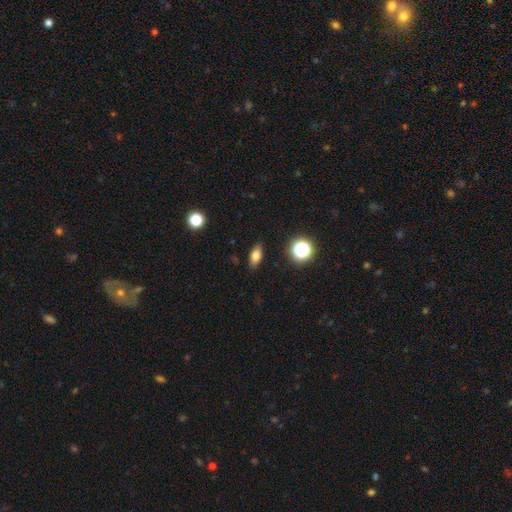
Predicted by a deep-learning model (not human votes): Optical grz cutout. It shows a smooth galaxy with no disk features (75%) that is in between round and cigar-shaped (76%). Merging: none (88%).